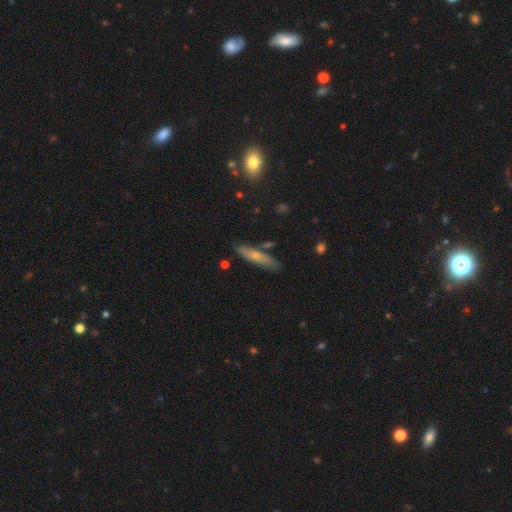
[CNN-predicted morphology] Smooth or featured: smooth — 63% (featured or disk — 30%)
How rounded: cigar-shaped — 81% (in between — 17%)
Merging: none — 80% (minor disturbance — 13%)